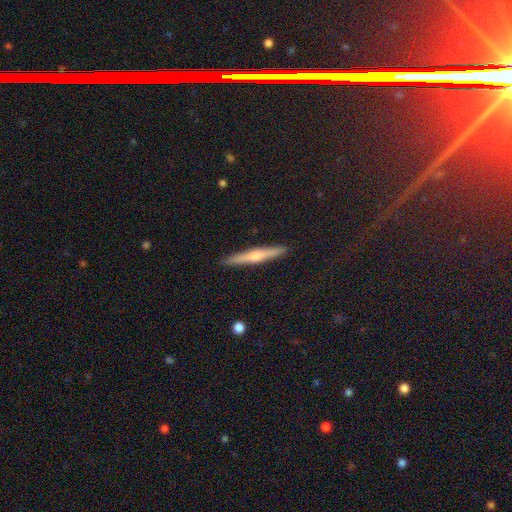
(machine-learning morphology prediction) Smooth or featured? featured or disk (57%)
Edge-on disk? yes (97%)
Edge-on bulge? rounded (78%)
Merging? none (92%)